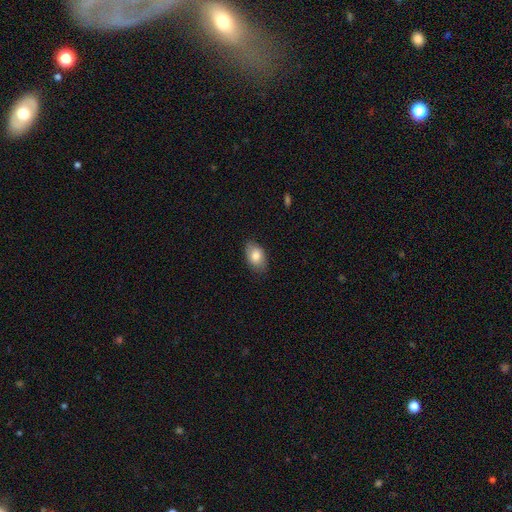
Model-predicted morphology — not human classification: smooth_or_featured: smooth (p=0.81) [alt: featured or disk p=0.12]
how_rounded: in between (p=0.90) [alt: round p=0.08]
merging: none (p=0.83) [alt: minor disturbance p=0.14]